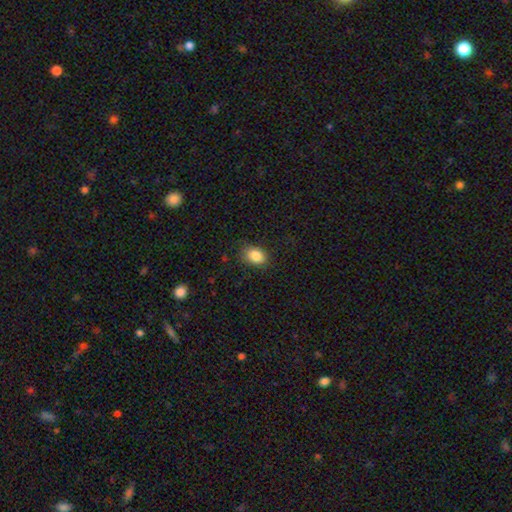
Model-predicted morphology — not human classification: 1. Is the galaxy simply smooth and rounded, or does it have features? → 85% smooth, 9% star or artifact, 6% featured or disk.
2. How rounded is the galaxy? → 72% in between, 26% round, 1% cigar-shaped.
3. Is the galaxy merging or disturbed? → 79% none, 16% minor disturbance, 4% major disturbance, 1% merger.